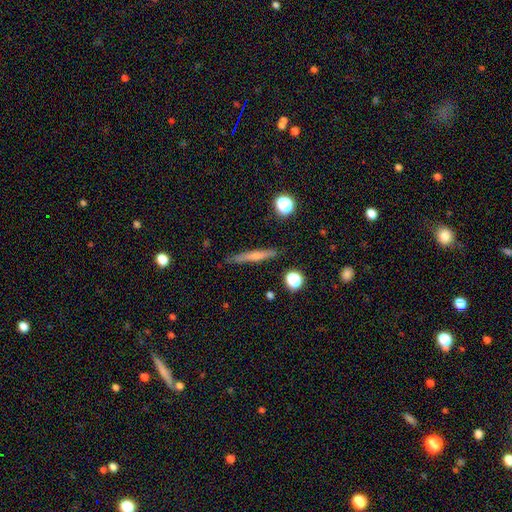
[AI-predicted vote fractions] featured or disk 49%, smooth 43%, star or artifact 9%. Down the decision tree: merging — none (87%).